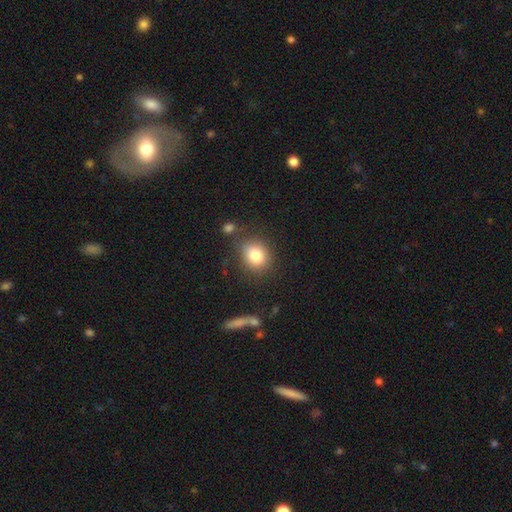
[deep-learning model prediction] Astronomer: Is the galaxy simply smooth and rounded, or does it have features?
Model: smooth — 83%.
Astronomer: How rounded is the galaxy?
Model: round — 64%.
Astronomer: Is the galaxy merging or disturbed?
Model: none — 78%.